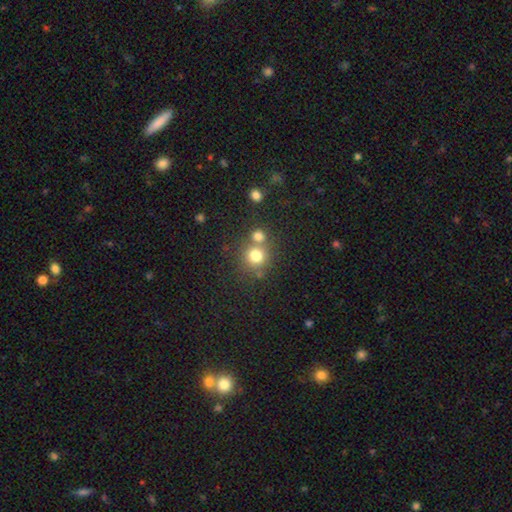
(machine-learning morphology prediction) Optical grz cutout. It shows a smooth galaxy with no disk features (77%) that is round (90%). Merging: none (59%).